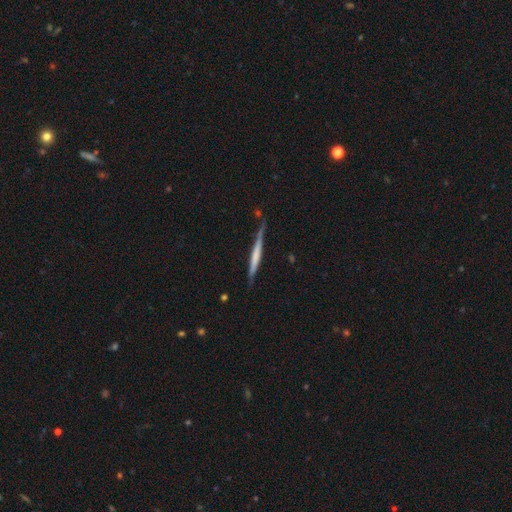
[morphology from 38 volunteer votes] smooth_or_featured: featured or disk (p=0.58) [alt: smooth p=0.34]
disk_edge_on: yes (p=1.00)
edge_on_bulge: none (p=0.73) [alt: rounded p=0.18]
merging: none (p=0.83) [alt: minor disturbance p=0.09]